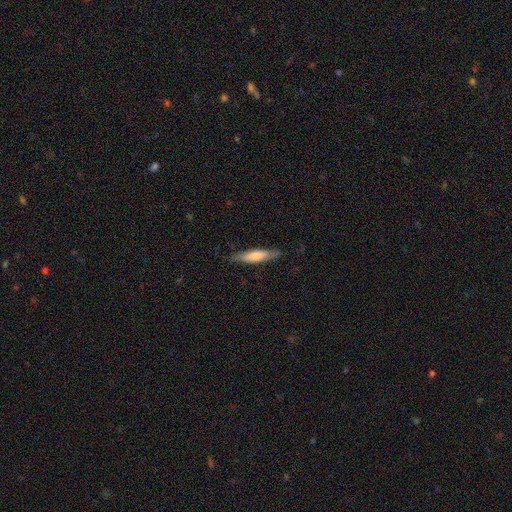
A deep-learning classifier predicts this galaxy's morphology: Smooth or featured? Predicted: smooth (p=0.63). How rounded? Predicted: cigar-shaped (p=0.83). Merging? Predicted: none (p=0.82).